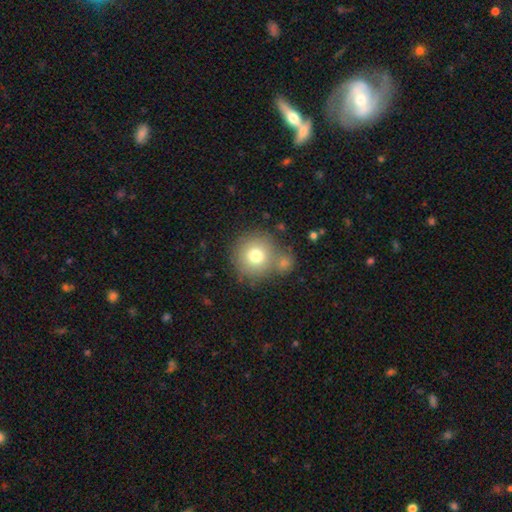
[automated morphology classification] Smooth or featured: smooth — 75% (featured or disk — 14%)
How rounded: round — 93% (in between — 6%)
Merging: none — 66% (merger — 20%)